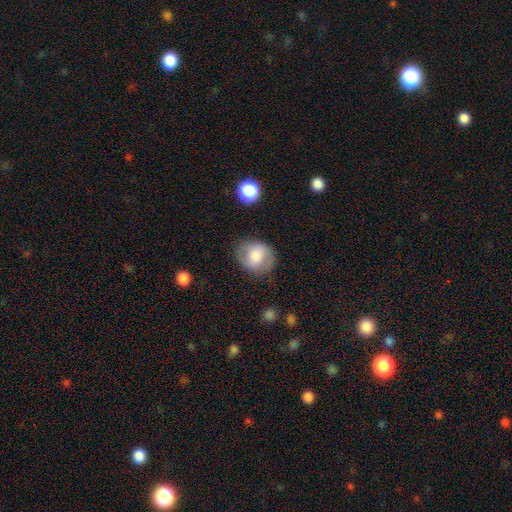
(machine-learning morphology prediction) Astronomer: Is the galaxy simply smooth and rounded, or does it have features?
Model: smooth — 65%.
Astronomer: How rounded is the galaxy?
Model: round — 68%.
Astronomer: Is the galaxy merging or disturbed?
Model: none — 76%.